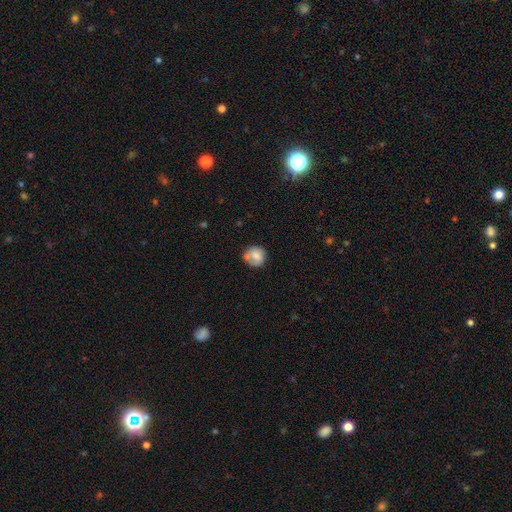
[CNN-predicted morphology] Overall: smooth (74%). How rounded: round (86%). Merging: none (63%).